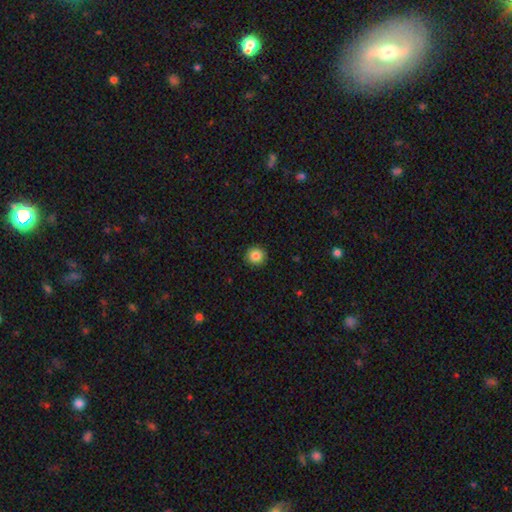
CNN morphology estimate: Overall: smooth (85%). How rounded: round (95%). Merging: none (92%).